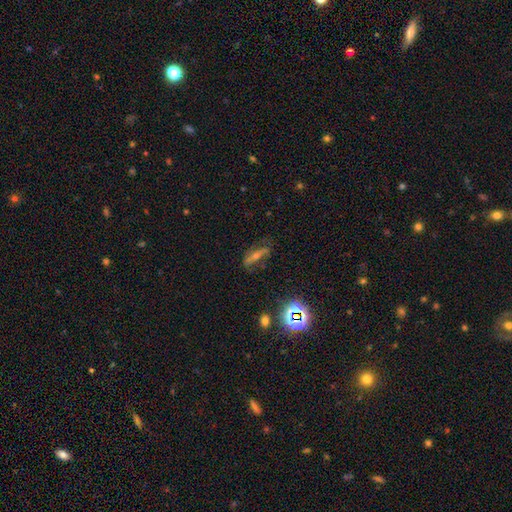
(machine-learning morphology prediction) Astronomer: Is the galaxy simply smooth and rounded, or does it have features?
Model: featured or disk — 48% (runner-up: star or artifact, 28%).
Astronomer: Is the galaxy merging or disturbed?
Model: none — 70%.